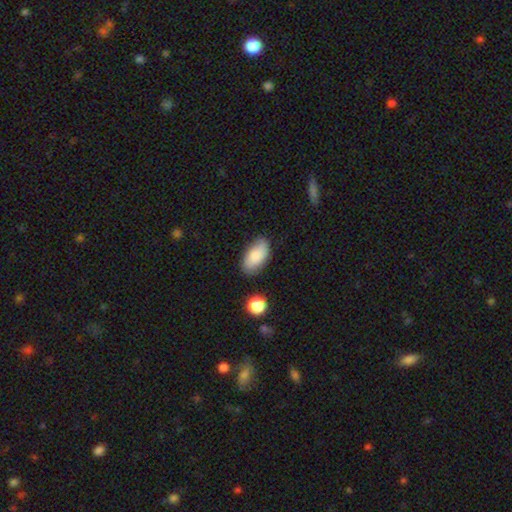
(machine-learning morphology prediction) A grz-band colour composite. It shows a smooth galaxy with no disk features (82%) that is in between round and cigar-shaped (94%). Merging: none (76%).